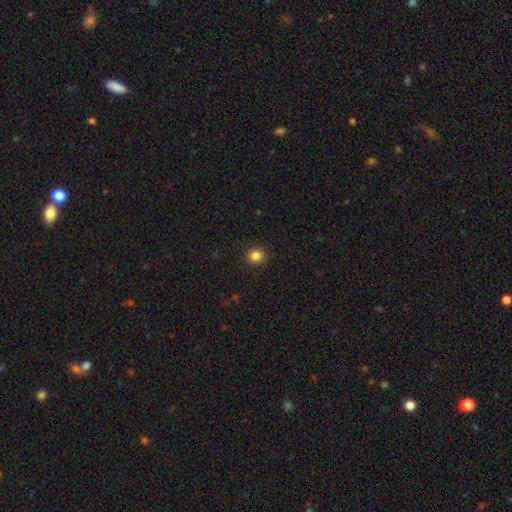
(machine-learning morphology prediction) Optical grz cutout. It shows a smooth galaxy with no disk features (84%) that is round (91%). Merging: none (91%).